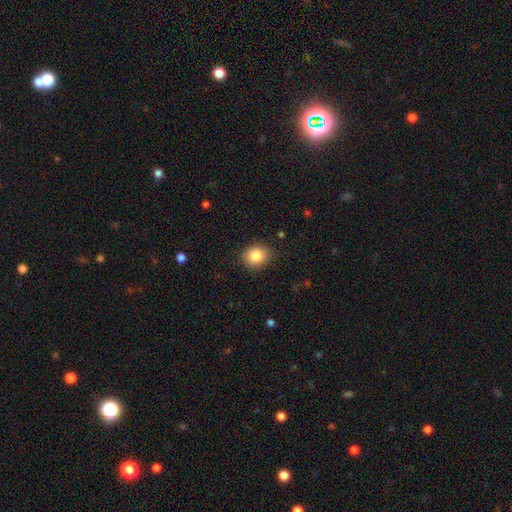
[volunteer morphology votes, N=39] A smooth galaxy with no disk features (87%) that is round (88%).

Vote fractions:
- Smooth or featured? smooth: 87% / star or artifact: 8% / featured or disk: 5%
- How rounded? round: 88% / in between: 12% / cigar-shaped: 0%
- Merging? none: 86% / minor disturbance: 11% / major disturbance: 3% / merger: 0%